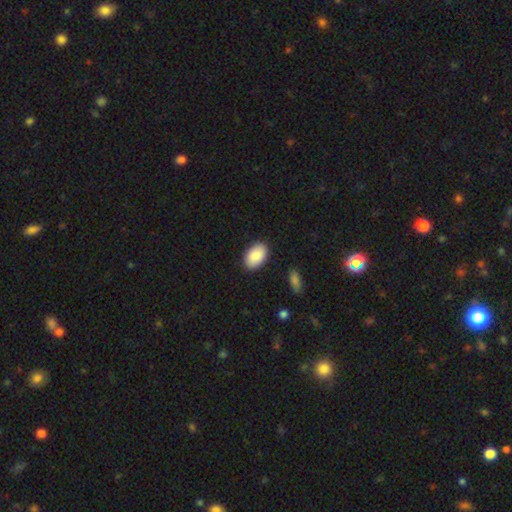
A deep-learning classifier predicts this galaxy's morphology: This is clearly a smooth galaxy (89%). How rounded: clearly in between (92%). Merging: clearly none (88%).